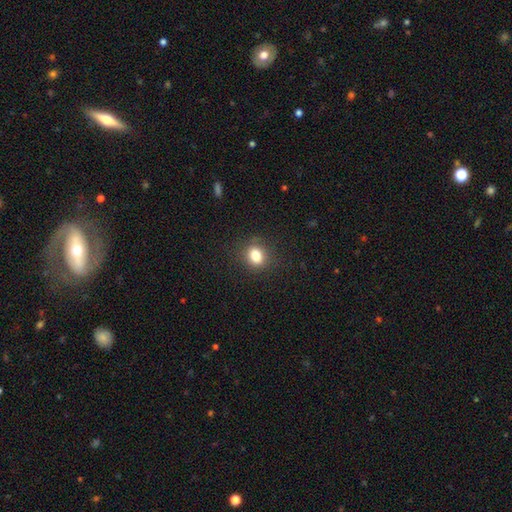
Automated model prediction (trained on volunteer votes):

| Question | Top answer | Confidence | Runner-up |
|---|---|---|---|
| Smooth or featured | smooth | 82% | star or artifact (11%) |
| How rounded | round | 51% | in between (48%) |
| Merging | none | 84% | minor disturbance (12%) |